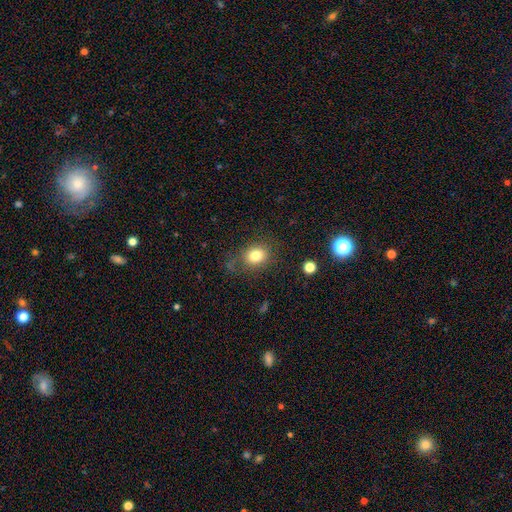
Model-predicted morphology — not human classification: Smooth or featured?
  - smooth: 80% *
  - star or artifact: 11%
  - featured or disk: 8%
How rounded?
  - round: 55% *
  - in between: 44%
  - cigar-shaped: 1%
Merging?
  - none: 75% *
  - minor disturbance: 15%
  - major disturbance: 7%
  - merger: 2%